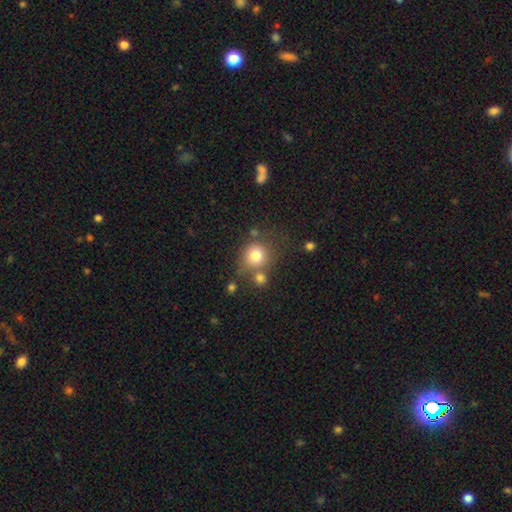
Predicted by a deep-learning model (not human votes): smooth-or-featured: smooth: 78% | star or artifact: 12% | featured or disk: 10%
  how-rounded: round: 87% | in between: 12% | cigar-shaped: 1%
  merging: none: 59% | merger: 22% | minor disturbance: 13% | major disturbance: 6%